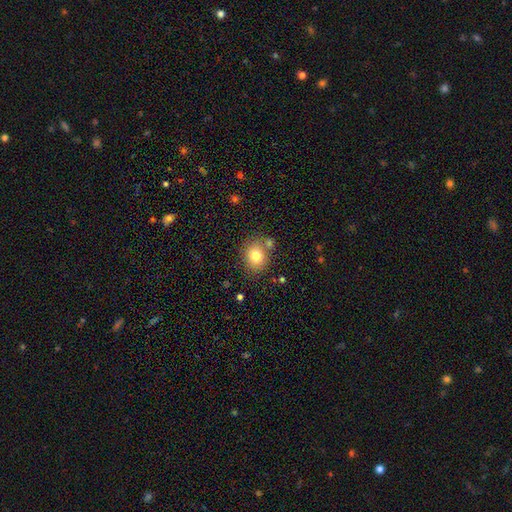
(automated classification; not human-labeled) smooth-or-featured: smooth: 80% | star or artifact: 10% | featured or disk: 10%
  how-rounded: round: 60% | in between: 39% | cigar-shaped: 1%
  merging: none: 72% | minor disturbance: 13% | merger: 11% | major disturbance: 4%